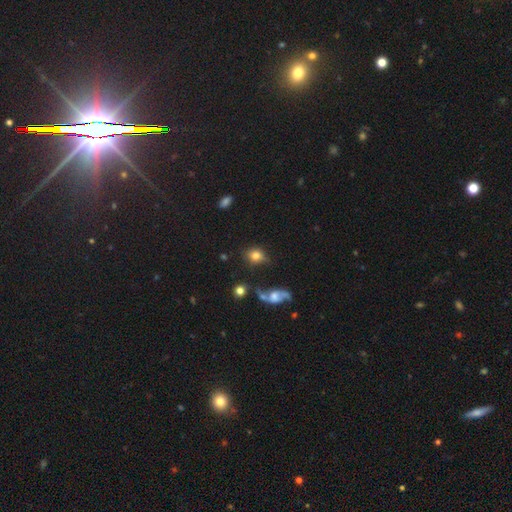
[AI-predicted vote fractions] smooth 73%, featured or disk 16%, star or artifact 11%. Down the decision tree: how rounded — round (59%); merging — none (62%).